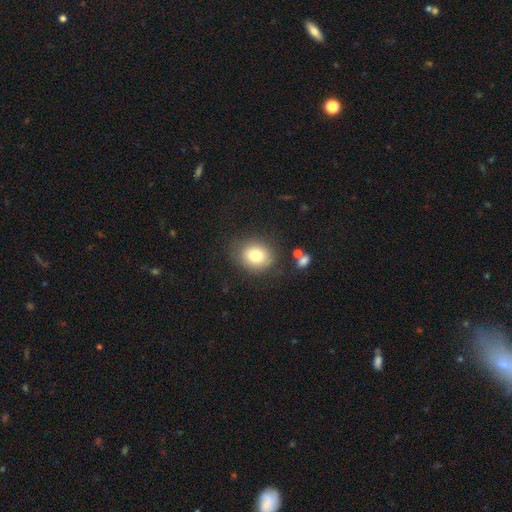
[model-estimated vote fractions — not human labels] This appears to be a smooth galaxy with no disk features (78%) that is round (63%). Merging: none (80%).